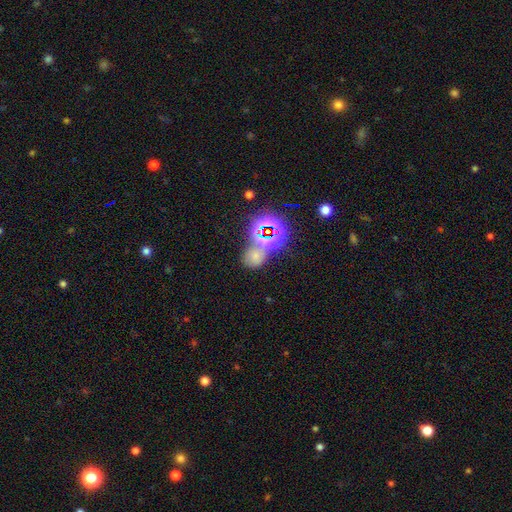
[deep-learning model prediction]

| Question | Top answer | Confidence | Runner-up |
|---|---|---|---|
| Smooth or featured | smooth | 48% | star or artifact (41%) |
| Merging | none | 44% | merger (36%) |